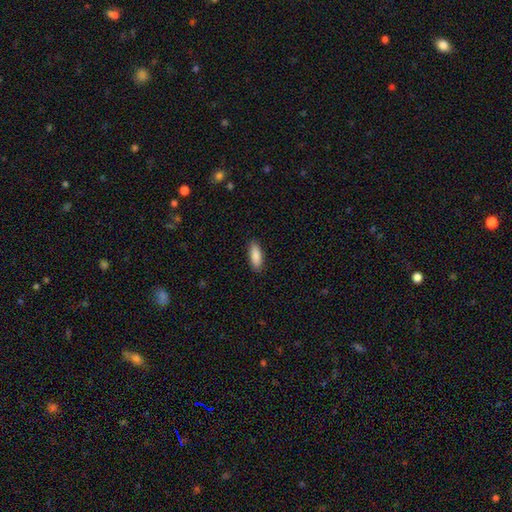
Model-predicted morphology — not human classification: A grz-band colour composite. It shows a smooth galaxy with no disk features (88%) that is in between round and cigar-shaped (62%). Merging: none (89%).